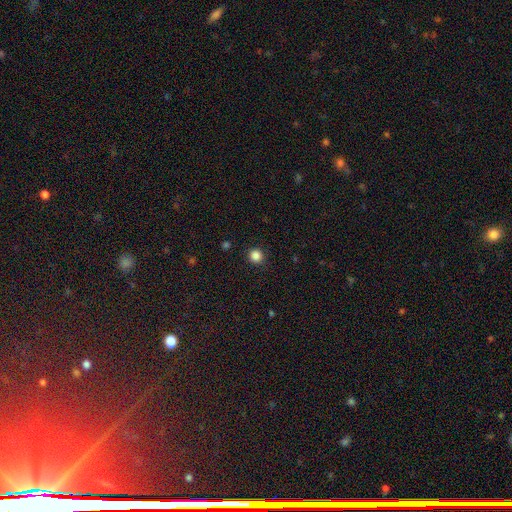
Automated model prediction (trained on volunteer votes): A smooth galaxy with no disk features (85%) that is round (92%).

Vote fractions:
- Smooth or featured? smooth: 85% / star or artifact: 12% / featured or disk: 3%
- How rounded? round: 92% / in between: 7% / cigar-shaped: 1%
- Merging? none: 91% / minor disturbance: 5% / major disturbance: 2% / merger: 1%